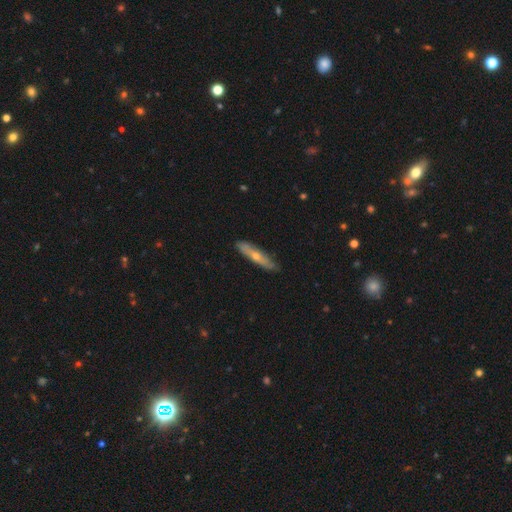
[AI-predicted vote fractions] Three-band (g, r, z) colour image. It shows a featured or disk galaxy (52%) viewed edge-on (80%). Merging: none (86%).